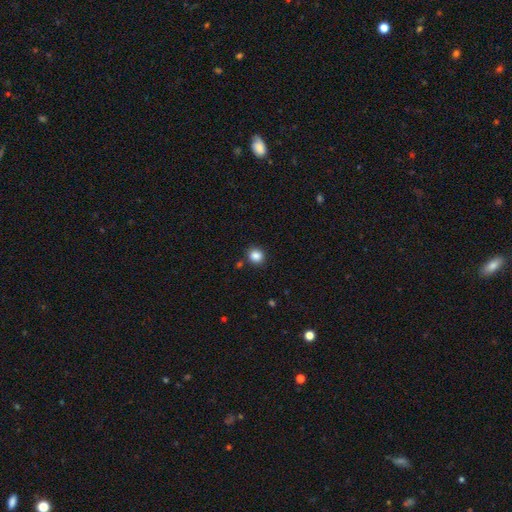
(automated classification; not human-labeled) Smooth or featured: smooth — 86% (star or artifact — 11%)
How rounded: round — 86% (in between — 13%)
Merging: none — 87% (minor disturbance — 7%)